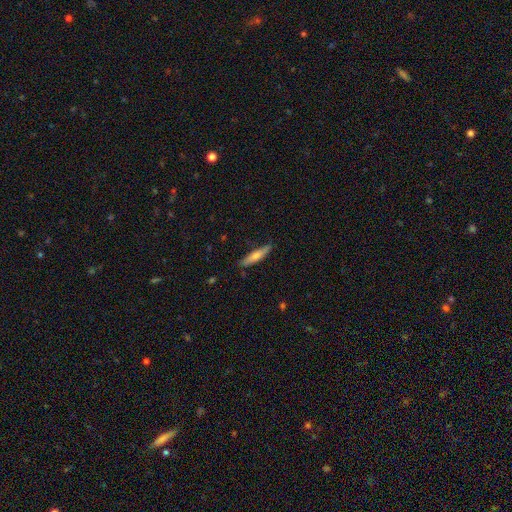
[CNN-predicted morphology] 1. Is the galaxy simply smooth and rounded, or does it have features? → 64% smooth, 31% featured or disk, 6% star or artifact.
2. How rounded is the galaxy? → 84% cigar-shaped, 15% in between, 2% round.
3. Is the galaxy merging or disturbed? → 83% none, 13% minor disturbance, 2% major disturbance, 1% merger.